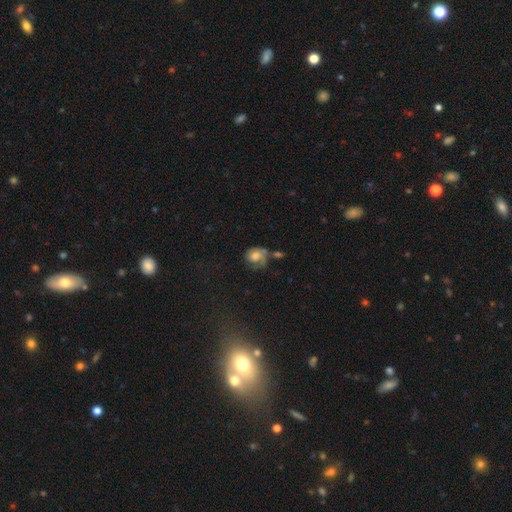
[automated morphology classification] Smooth or featured? Predicted: smooth (p=0.46). Merging? Predicted: none (p=0.37).